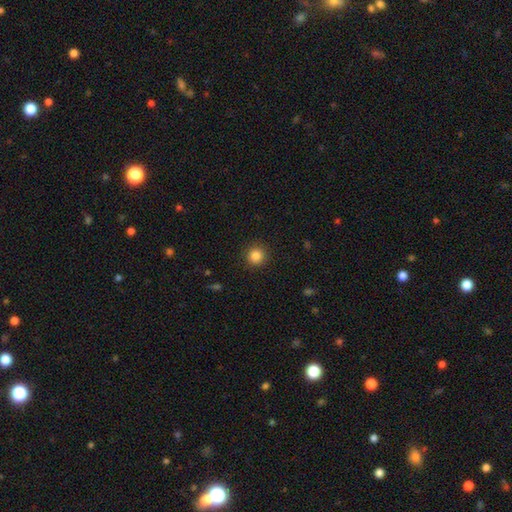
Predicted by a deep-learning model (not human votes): Overall: smooth (85%). How rounded: round (93%). Merging: none (91%).